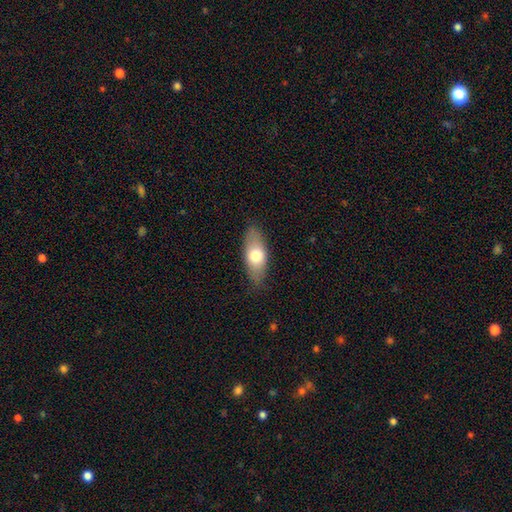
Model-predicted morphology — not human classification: smooth 69%, featured or disk 24%, star or artifact 6%. Down the decision tree: how rounded — in between (81%); merging — none (83%).